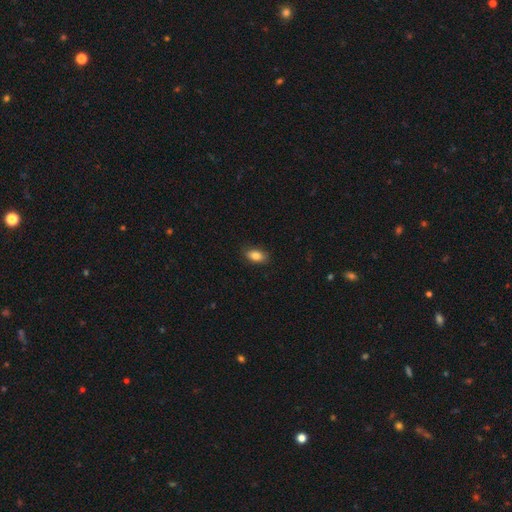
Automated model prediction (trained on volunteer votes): smooth 85%, star or artifact 8%, featured or disk 7%. Down the decision tree: how rounded — in between (89%); merging — none (85%).